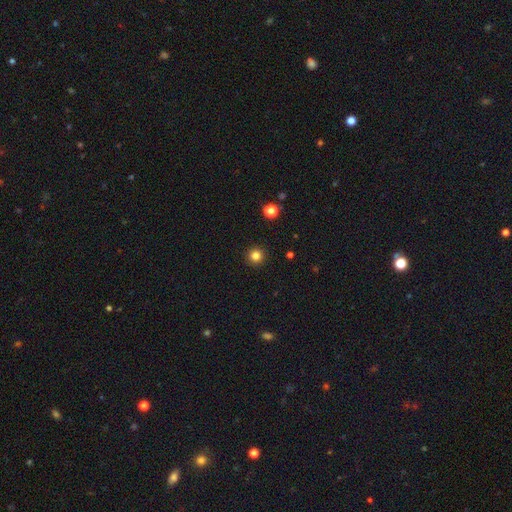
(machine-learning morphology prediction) The model was most divided on "smooth or featured": smooth: 83%, star or artifact: 12%, featured or disk: 4%. More confident: how rounded — round (96%); merging — none (93%).